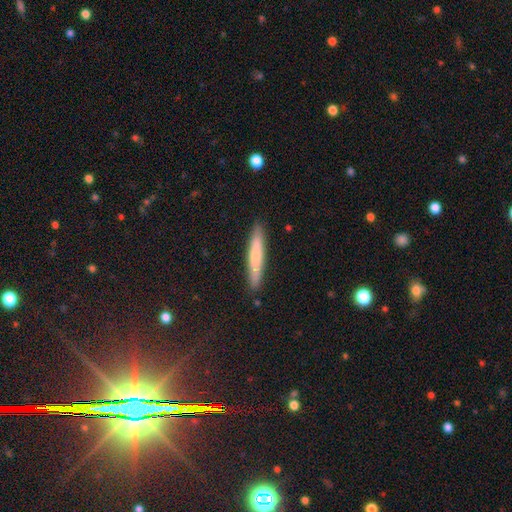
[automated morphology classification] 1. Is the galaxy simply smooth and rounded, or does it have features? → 66% smooth, 28% featured or disk, 6% star or artifact.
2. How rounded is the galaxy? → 93% cigar-shaped, 5% in between, 1% round.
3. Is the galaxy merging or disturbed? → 90% none, 8% minor disturbance, 1% major disturbance, 1% merger.